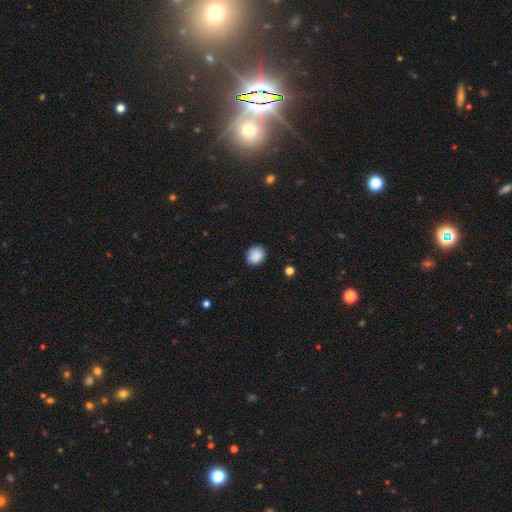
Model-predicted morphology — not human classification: Q: Smooth or featured?
A: smooth (88%); runner-up: star or artifact (9%)
Q: How rounded?
A: round (65%); runner-up: in between (35%)
Q: Merging?
A: none (84%); runner-up: minor disturbance (12%)